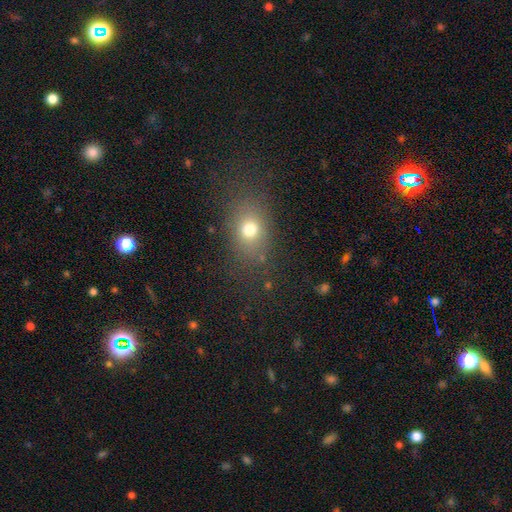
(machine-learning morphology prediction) smooth 67%, star or artifact 21%, featured or disk 12%. Down the decision tree: how rounded — in between (58%); merging — none (81%).